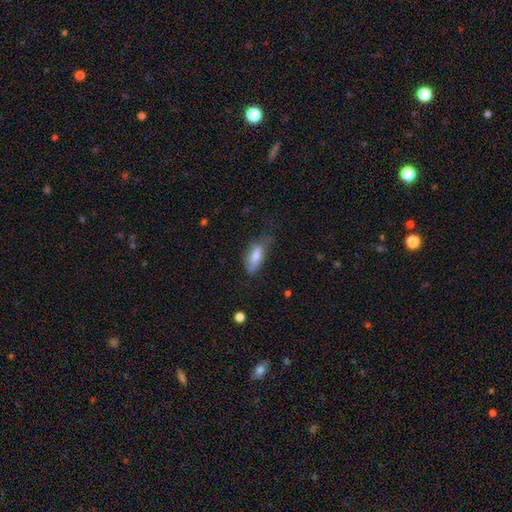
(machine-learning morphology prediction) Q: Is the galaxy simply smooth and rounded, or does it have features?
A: smooth — 71%.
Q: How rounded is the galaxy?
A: in between — 77%.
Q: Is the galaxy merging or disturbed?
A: none — 45%.